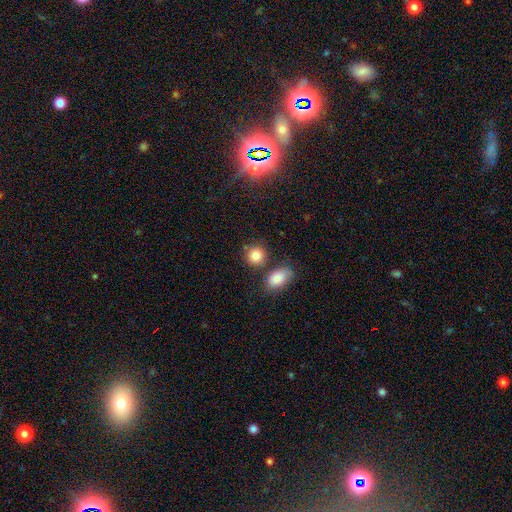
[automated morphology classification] Smooth or featured?
  - smooth: 85% *
  - star or artifact: 9%
  - featured or disk: 6%
How rounded?
  - round: 79% *
  - in between: 20%
  - cigar-shaped: 1%
Merging?
  - none: 68% *
  - merger: 16%
  - minor disturbance: 12%
  - major disturbance: 4%